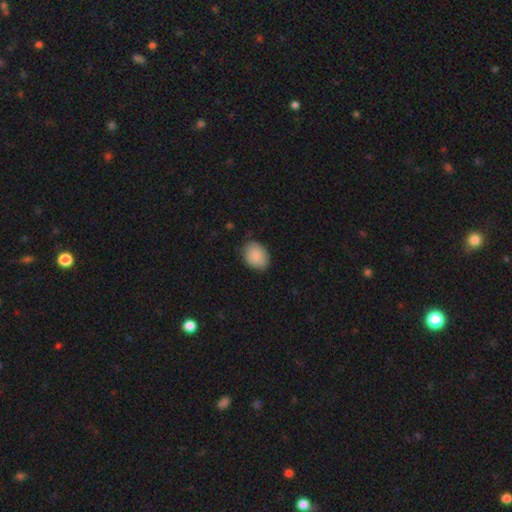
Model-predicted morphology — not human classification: A smooth galaxy with no disk features (89%) that is in between round and cigar-shaped (58%). Merging: none (76%).